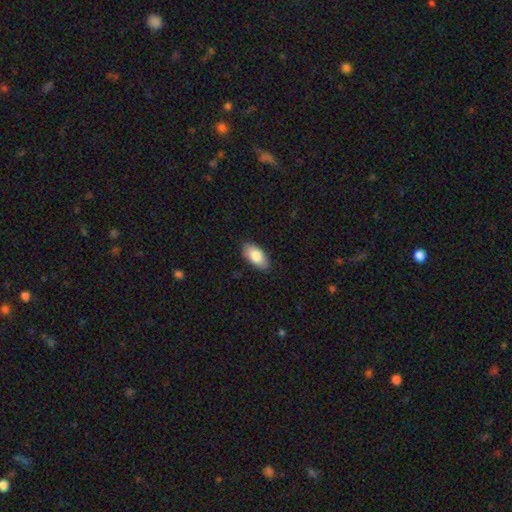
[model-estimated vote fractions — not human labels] Overall: smooth (83%). How rounded: in between (93%). Merging: none (87%).